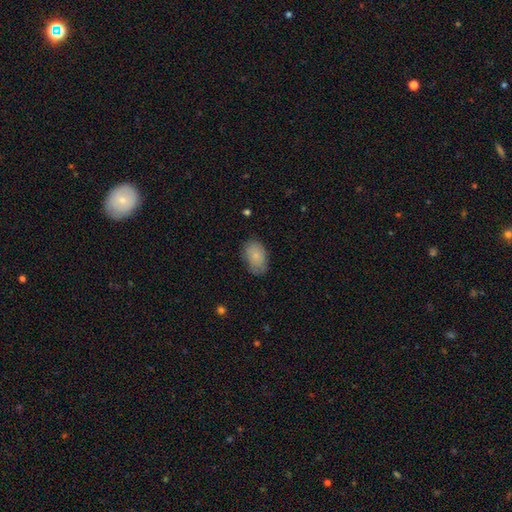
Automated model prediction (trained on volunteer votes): smooth 81%, featured or disk 12%, star or artifact 7%. Down the decision tree: how rounded — in between (88%); merging — none (71%).